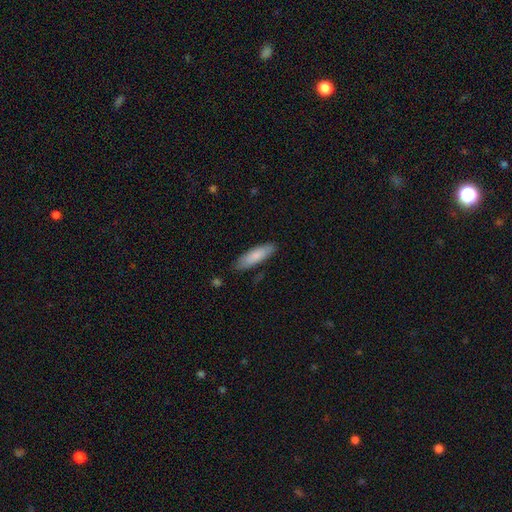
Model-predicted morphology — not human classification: The model was most divided on "how rounded": cigar-shaped: 54%, in between: 45%, round: 1%. More confident: merging — none (84%); smooth or featured — smooth (82%).